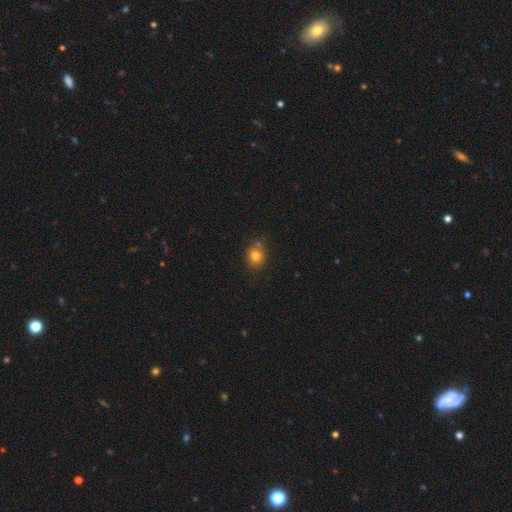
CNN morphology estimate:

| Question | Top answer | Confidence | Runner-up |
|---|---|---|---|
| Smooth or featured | smooth | 78% | star or artifact (13%) |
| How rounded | round | 76% | in between (23%) |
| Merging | none | 71% | merger (14%) |